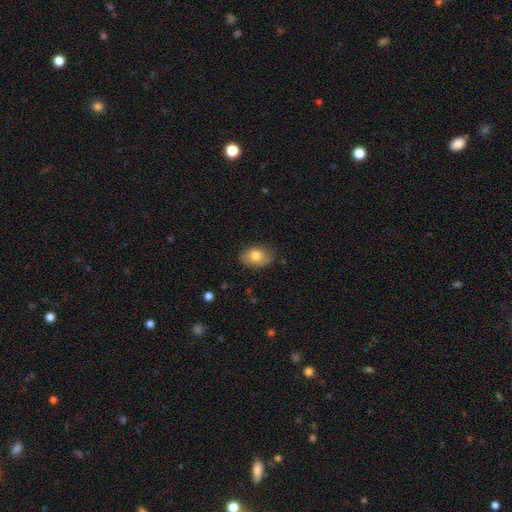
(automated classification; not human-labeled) The model was most divided on "smooth or featured": smooth: 78%, featured or disk: 14%, star or artifact: 8%. More confident: how rounded — in between (83%); merging — none (81%).